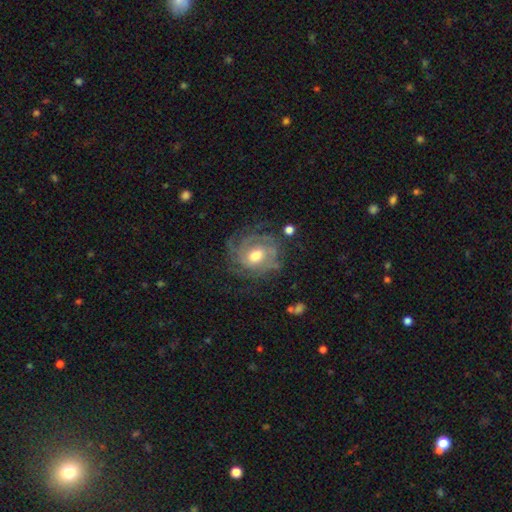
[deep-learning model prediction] A featured or disk galaxy (82%) with no bar (56%), tight (63%) spiral arms (92%) and a moderate central bulge (70%).

Vote fractions:
- Smooth or featured? featured or disk: 82% / smooth: 12% / star or artifact: 6%
- Edge-on disk? no: 97% / yes: 3%
- Bar? no: 56% / weak: 36% / strong: 8%
- Spiral arms? yes: 92% / no: 8%
- Spiral winding? tight: 63% / medium: 29% / loose: 8%
- Spiral arm count? can't tell: 36% / 3: 22% / 2: 18% / 4: 12% / more than 4: 6% / 1: 6%
- Bulge size? moderate: 70% / large: 19% / small: 9% / none: 1% / dominant: 1%
- Merging? none: 70% / minor disturbance: 17% / major disturbance: 11% / merger: 2%